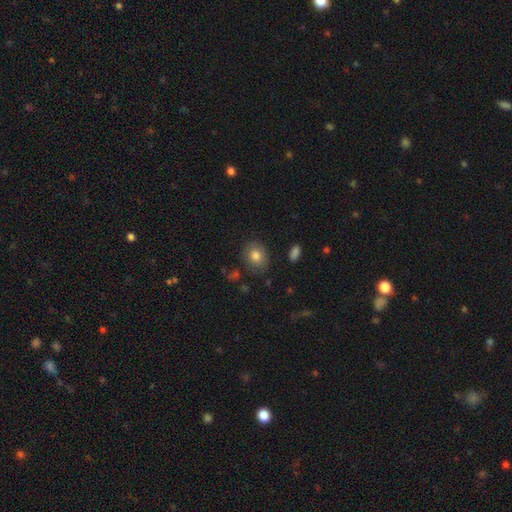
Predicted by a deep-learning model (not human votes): smooth 79%, featured or disk 12%, star or artifact 9%. Down the decision tree: how rounded — round (54%); merging — none (80%).